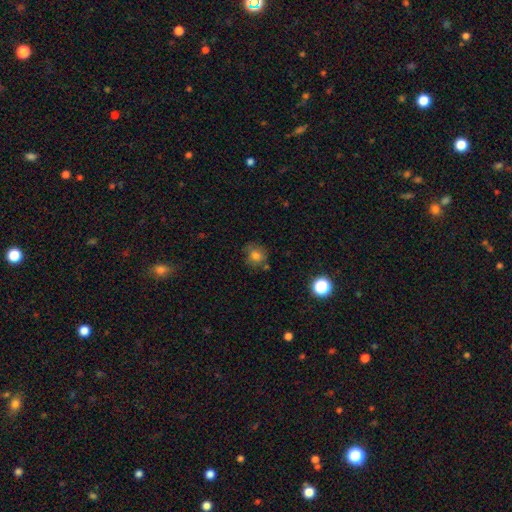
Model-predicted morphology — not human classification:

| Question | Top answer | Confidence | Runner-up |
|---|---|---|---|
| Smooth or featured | smooth | 76% | star or artifact (14%) |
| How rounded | round | 85% | in between (14%) |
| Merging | none | 69% | minor disturbance (19%) |